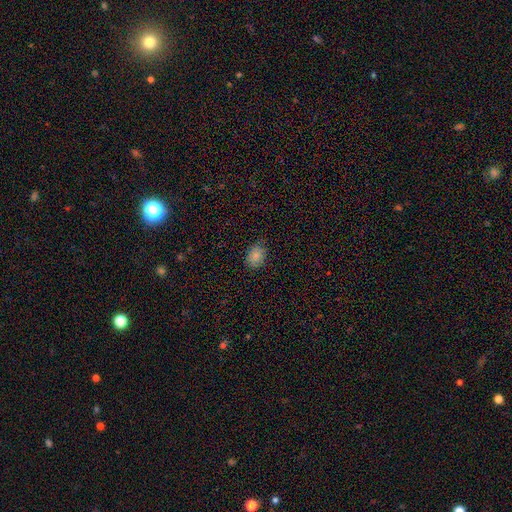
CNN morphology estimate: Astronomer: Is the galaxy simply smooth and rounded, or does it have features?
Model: smooth — 84%.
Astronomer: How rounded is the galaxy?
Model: in between — 67%.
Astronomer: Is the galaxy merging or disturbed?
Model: none — 83%.